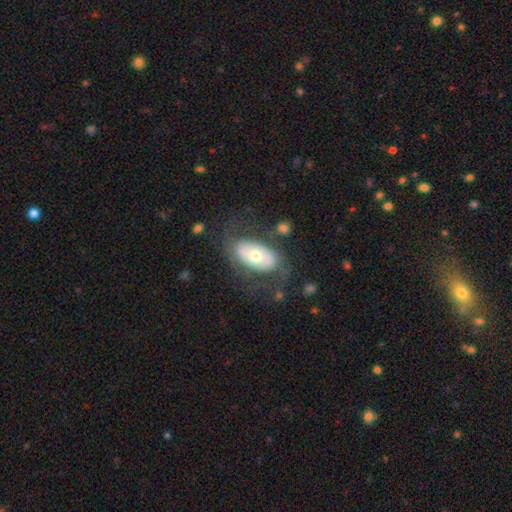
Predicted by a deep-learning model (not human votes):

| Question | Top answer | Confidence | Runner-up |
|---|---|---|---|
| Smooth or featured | featured or disk | 46% | tied: smooth (46%) |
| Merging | none | 65% | minor disturbance (17%) |